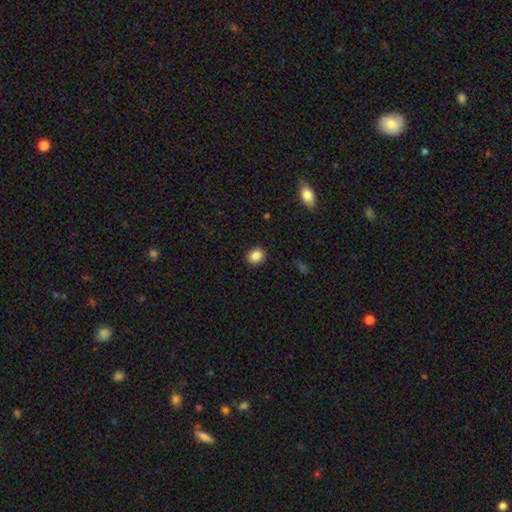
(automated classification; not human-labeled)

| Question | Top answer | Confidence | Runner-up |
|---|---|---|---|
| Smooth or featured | smooth | 87% | star or artifact (9%) |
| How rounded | round | 69% | in between (30%) |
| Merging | none | 90% | minor disturbance (7%) |